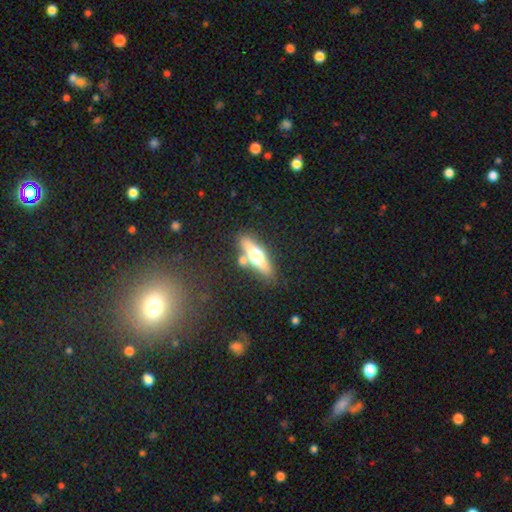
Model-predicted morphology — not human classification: This is possibly a featured or disk galaxy (55%). It is clearly viewed edge-on (89%). Merging: likely none (72%).